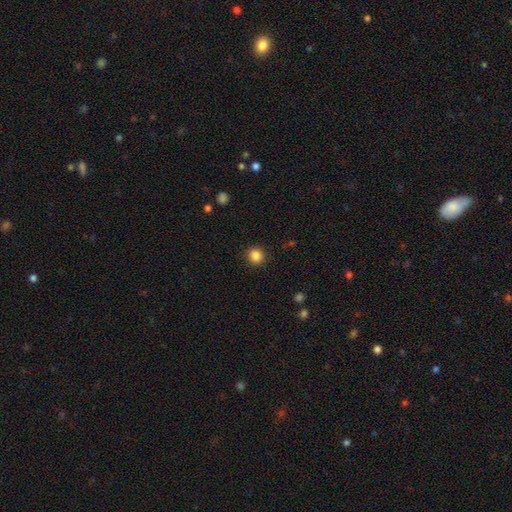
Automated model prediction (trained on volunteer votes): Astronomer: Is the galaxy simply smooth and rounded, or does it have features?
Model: smooth — 86%.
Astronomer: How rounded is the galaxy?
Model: round — 90%.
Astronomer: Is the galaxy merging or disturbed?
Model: none — 91%.